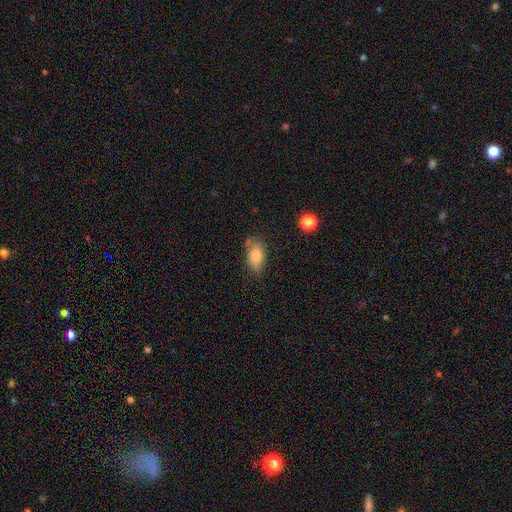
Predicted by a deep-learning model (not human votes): The model was most divided on "merging": none: 64%, minor disturbance: 26%, major disturbance: 6%, merger: 4%. More confident: how rounded — in between (87%); smooth or featured — smooth (79%).